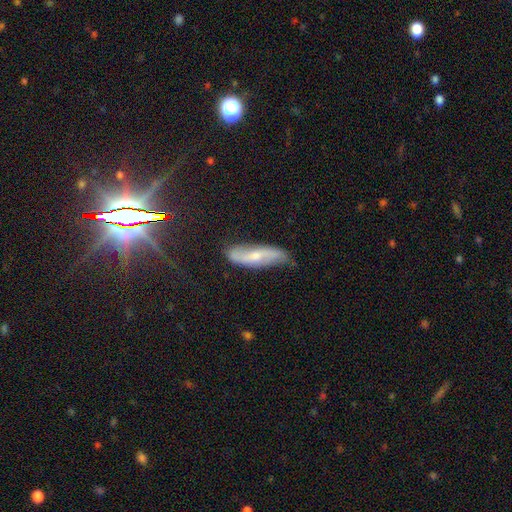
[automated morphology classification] Smooth or featured?
  - featured or disk: 58% *
  - smooth: 33%
  - star or artifact: 9%
Edge-on disk?
  - no: 71% *
  - yes: 29%
Merging?
  - none: 71% *
  - minor disturbance: 22%
  - major disturbance: 5%
  - merger: 2%